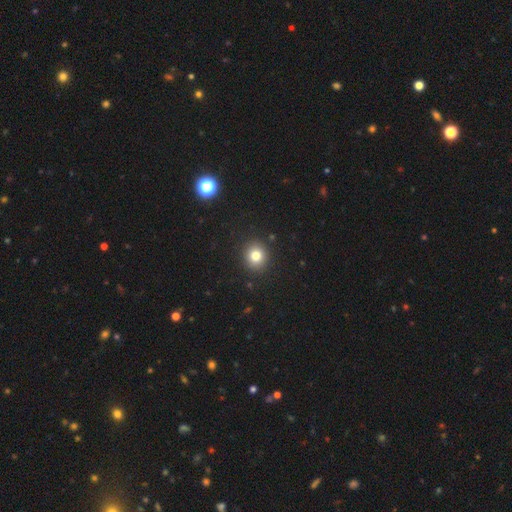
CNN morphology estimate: This is likely a smooth galaxy (79%). How rounded: clearly round (87%). Merging: clearly none (91%).